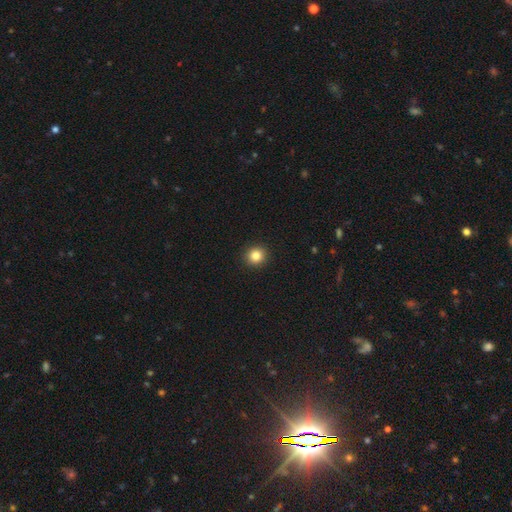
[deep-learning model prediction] Q: Smooth or featured?
A: smooth (84%); runner-up: star or artifact (11%)
Q: How rounded?
A: round (92%); runner-up: in between (7%)
Q: Merging?
A: none (93%); runner-up: minor disturbance (5%)